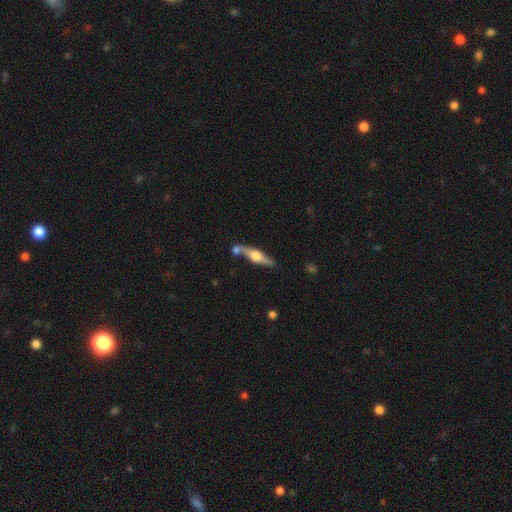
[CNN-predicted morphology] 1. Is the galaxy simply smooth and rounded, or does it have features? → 67% featured or disk, 27% smooth, 6% star or artifact.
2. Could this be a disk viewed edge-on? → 95% yes, 5% no.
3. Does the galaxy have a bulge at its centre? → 93% rounded, 5% boxy, 2% none.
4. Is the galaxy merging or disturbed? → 70% none, 15% merger, 12% minor disturbance, 3% major disturbance.